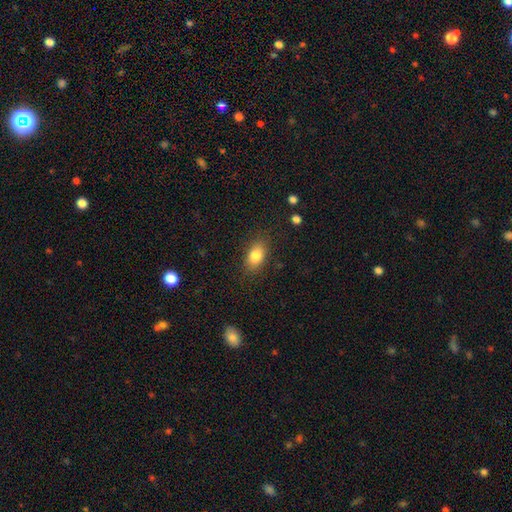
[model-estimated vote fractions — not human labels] Q: Smooth or featured?
A: smooth (83%); runner-up: featured or disk (9%)
Q: How rounded?
A: in between (86%); runner-up: round (11%)
Q: Merging?
A: none (84%); runner-up: minor disturbance (11%)